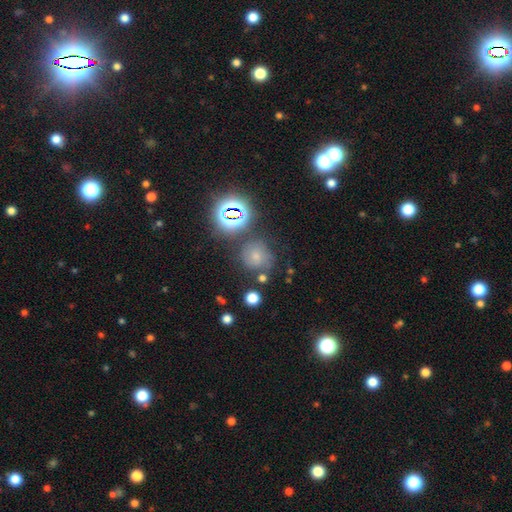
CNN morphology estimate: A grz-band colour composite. It shows a smooth galaxy with no disk features (53%) that is round (85%). Merging: none (66%).